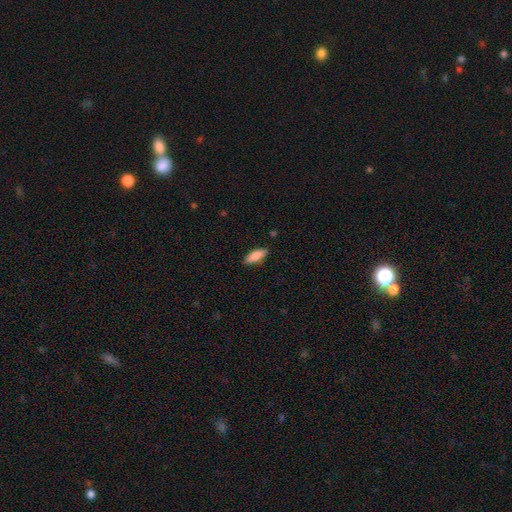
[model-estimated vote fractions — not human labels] Smooth or featured: smooth — 80% (featured or disk — 14%)
How rounded: in between — 63% (cigar-shaped — 35%)
Merging: none — 86% (minor disturbance — 10%)